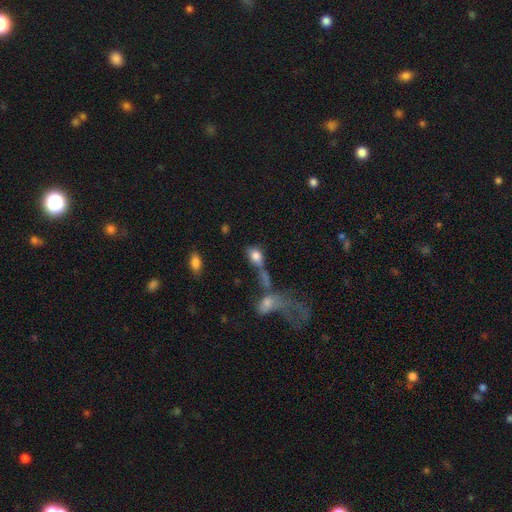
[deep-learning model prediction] A smooth galaxy with no disk features (73%) that is in between round and cigar-shaped (70%). Merging: merger (44%).